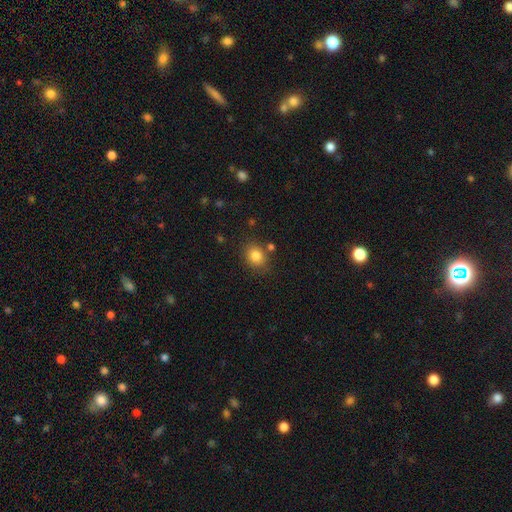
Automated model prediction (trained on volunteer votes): Morphology: type=smooth (84%); roundness=round (58%); merging=none (77%).